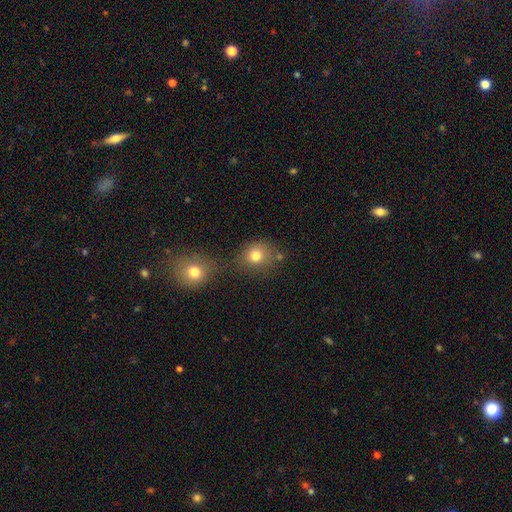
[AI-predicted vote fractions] Overall: smooth (78%). How rounded: round (74%). Merging: none (58%; merger 25%).